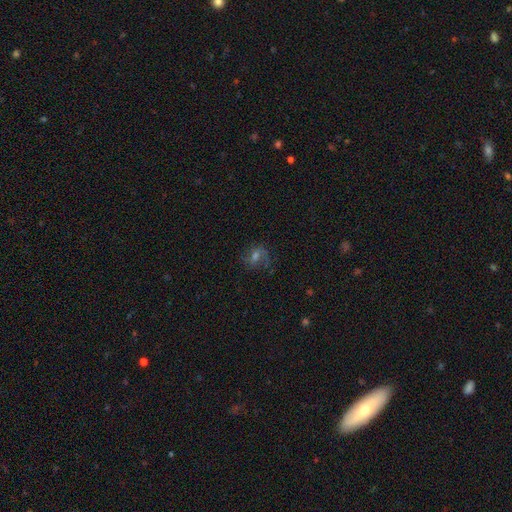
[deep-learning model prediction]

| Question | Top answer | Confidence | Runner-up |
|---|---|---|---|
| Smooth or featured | featured or disk | 56% | smooth (24%) |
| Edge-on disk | no | 96% | yes (4%) |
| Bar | weak | 46% | no (40%) |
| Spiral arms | yes | 86% | no (14%) |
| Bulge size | moderate | 51% | small (31%) |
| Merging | none | 66% | minor disturbance (17%) |